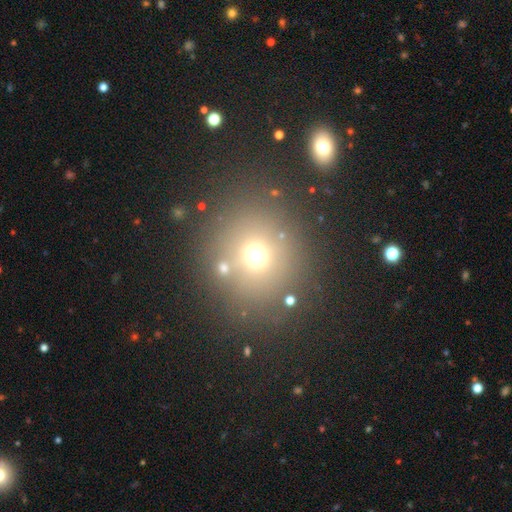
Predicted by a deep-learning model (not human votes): This is likely a smooth galaxy (64%). How rounded: clearly round (88%). Merging: likely none (79%).